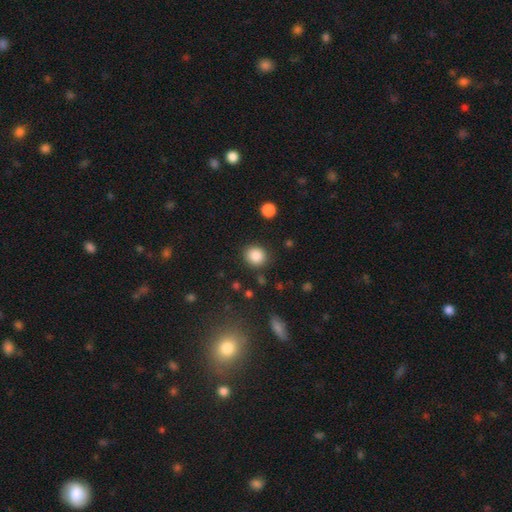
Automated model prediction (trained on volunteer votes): The model was most divided on "how rounded": round: 82%, in between: 17%, cigar-shaped: 1%. More confident: smooth or featured — smooth (87%); merging — none (86%).